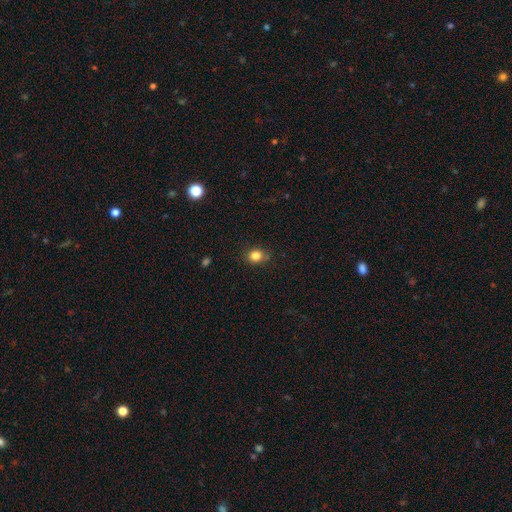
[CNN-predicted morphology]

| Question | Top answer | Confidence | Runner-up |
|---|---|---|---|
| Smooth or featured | smooth | 84% | star or artifact (11%) |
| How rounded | round | 61% | in between (38%) |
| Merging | none | 83% | minor disturbance (13%) |